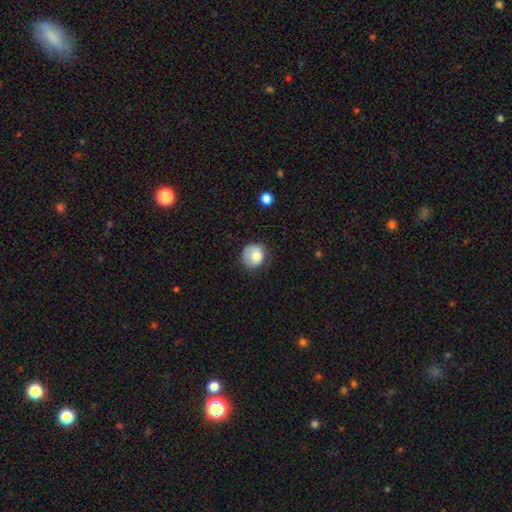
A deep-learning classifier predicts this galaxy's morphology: The model was most divided on "merging": none: 60%, minor disturbance: 28%, major disturbance: 11%, merger: 2%. More confident: how rounded — round (86%); smooth or featured — smooth (78%).